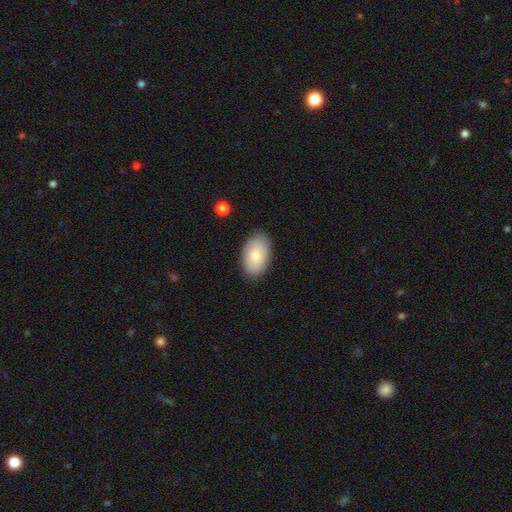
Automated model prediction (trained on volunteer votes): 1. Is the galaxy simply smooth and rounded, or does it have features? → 78% smooth, 16% featured or disk, 6% star or artifact.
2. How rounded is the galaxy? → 92% in between, 7% round, 1% cigar-shaped.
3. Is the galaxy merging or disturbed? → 85% none, 11% minor disturbance, 2% major disturbance, 1% merger.